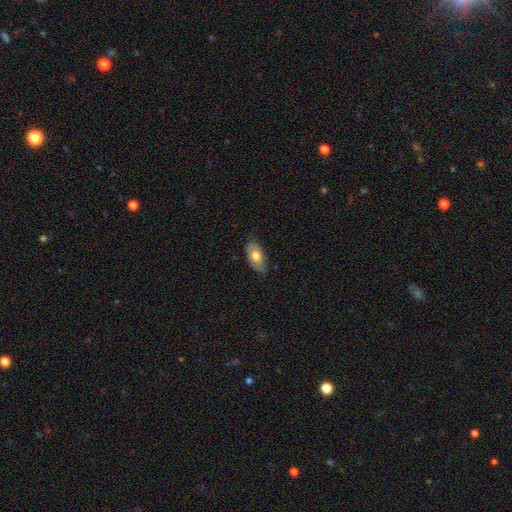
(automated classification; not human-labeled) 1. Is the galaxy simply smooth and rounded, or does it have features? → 67% smooth, 27% featured or disk, 6% star or artifact.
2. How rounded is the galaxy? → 92% in between, 5% cigar-shaped, 3% round.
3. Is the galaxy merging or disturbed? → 80% none, 16% minor disturbance, 3% major disturbance, 1% merger.